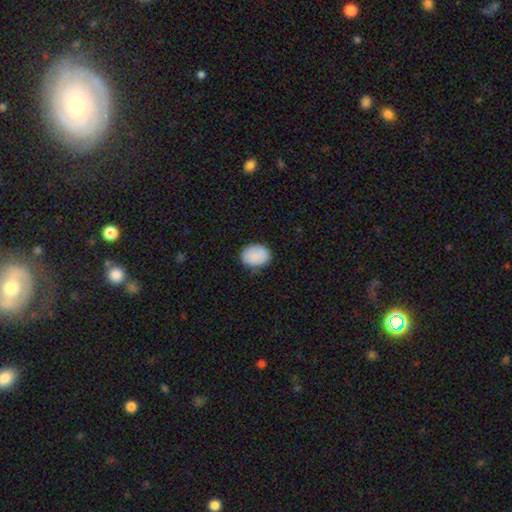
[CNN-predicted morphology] Smooth or featured? Predicted: smooth (p=0.89). How rounded? Predicted: in between (p=0.61). Merging? Predicted: none (p=0.82).